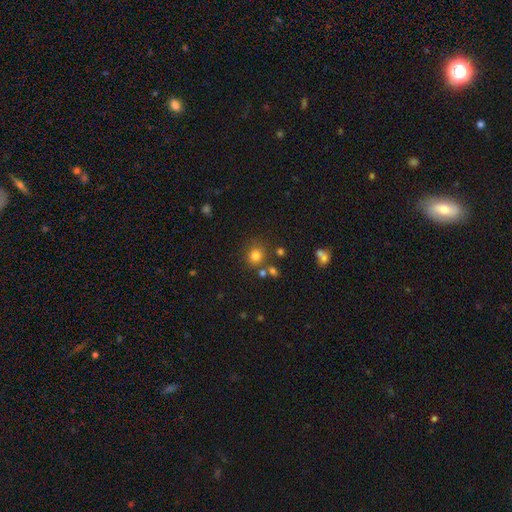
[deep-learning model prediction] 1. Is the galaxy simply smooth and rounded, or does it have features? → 77% smooth, 15% star or artifact, 7% featured or disk.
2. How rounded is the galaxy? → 84% round, 15% in between, 1% cigar-shaped.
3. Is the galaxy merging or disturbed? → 76% none, 10% minor disturbance, 10% merger, 4% major disturbance.